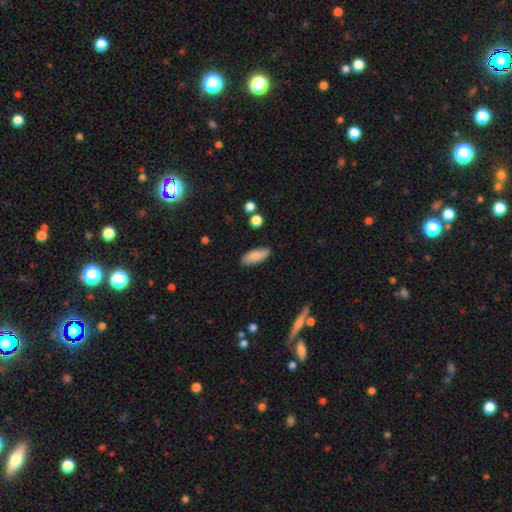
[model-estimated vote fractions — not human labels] Overall: smooth (84%). How rounded: in between (70%). Merging: none (83%).